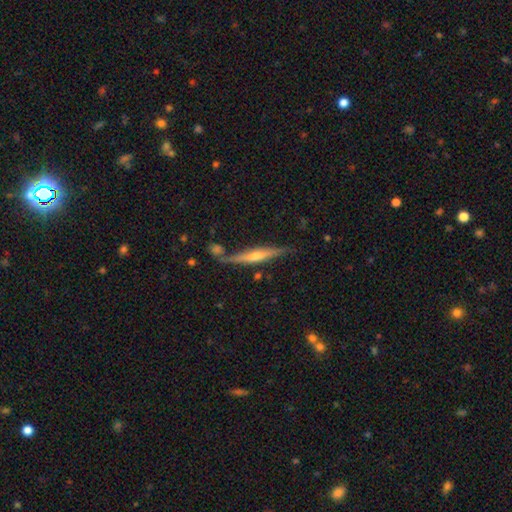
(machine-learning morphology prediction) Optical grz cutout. It shows a featured or disk galaxy (67%) viewed edge-on (95%) with a rounded central bulge (72%). Merging: none (72%).